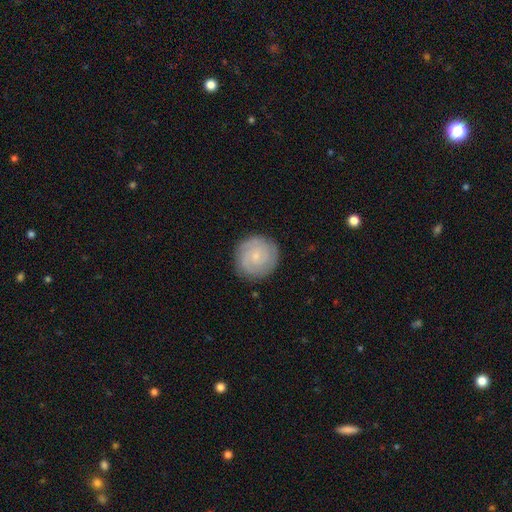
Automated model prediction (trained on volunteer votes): Smooth or featured? featured or disk (69%)
Edge-on disk? no (98%)
Bar? no (66%)
Spiral arms? yes (94%)
Spiral winding? tight (73%)
Spiral arm count? 2 (43%)
Bulge size? small (79%)
Merging? none (87%)